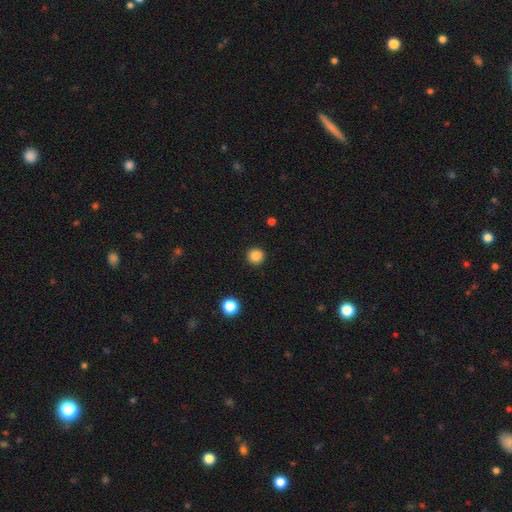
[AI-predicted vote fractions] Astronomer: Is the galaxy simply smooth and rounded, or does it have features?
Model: smooth — 85%.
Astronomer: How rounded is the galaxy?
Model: round — 88%.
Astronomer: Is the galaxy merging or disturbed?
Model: none — 88%.